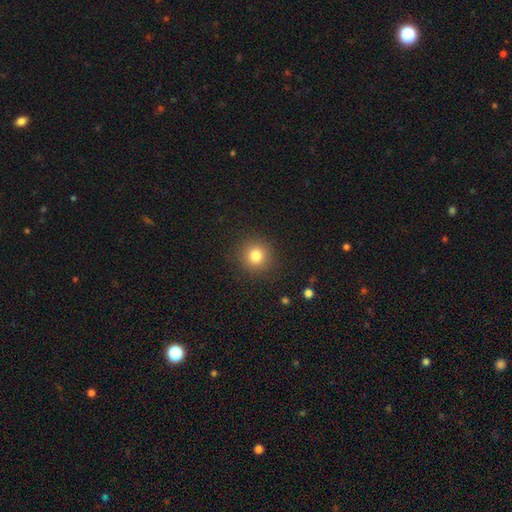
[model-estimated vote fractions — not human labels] smooth_or_featured: smooth (p=0.81) [alt: star or artifact p=0.12]
how_rounded: round (p=0.93) [alt: in between p=0.06]
merging: none (p=0.90) [alt: minor disturbance p=0.06]